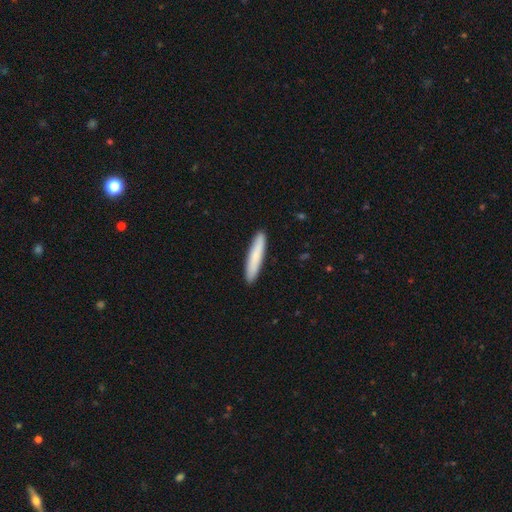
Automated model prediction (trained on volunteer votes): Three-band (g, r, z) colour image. It shows a smooth galaxy with no disk features (80%) that is cigar-shaped (92%). Merging: none (91%).